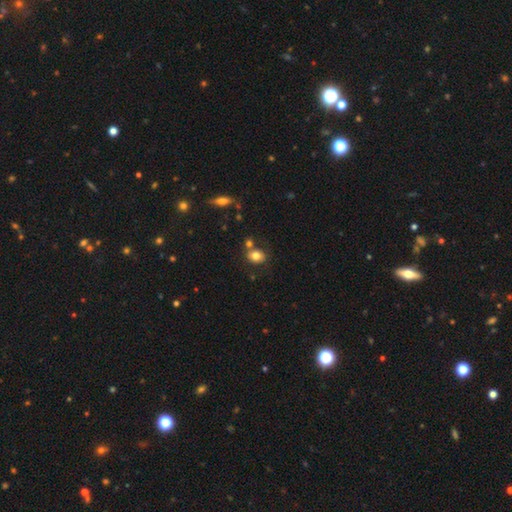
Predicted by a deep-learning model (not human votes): Overall: smooth (78%). How rounded: in between (51%; round 48%). Merging: none (67%).